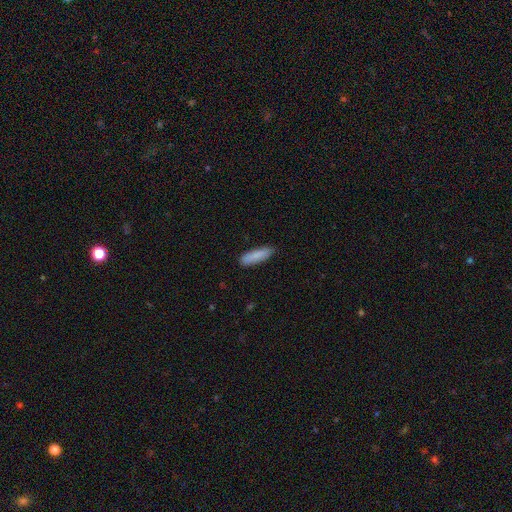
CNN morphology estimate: Smooth or featured? Predicted: smooth (p=0.88). How rounded? Predicted: cigar-shaped (p=0.63). Merging? Predicted: none (p=0.86).